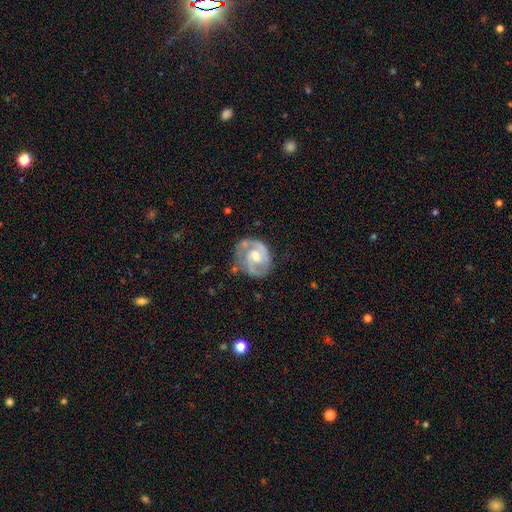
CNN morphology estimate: type=featured or disk (86%); edge-on=no (98%); bar=no (45%); spiral arms=yes (95%); winding=medium (48%); arm count=2 (80%); bulge=moderate (62%); merging=none (68%).